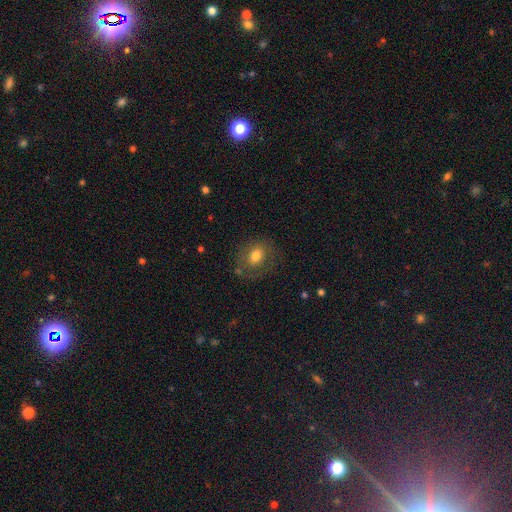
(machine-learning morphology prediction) smooth_or_featured: smooth (p=0.70) [alt: featured or disk p=0.20]
how_rounded: round (p=0.52) [alt: in between p=0.47]
merging: none (p=0.73) [alt: minor disturbance p=0.16]